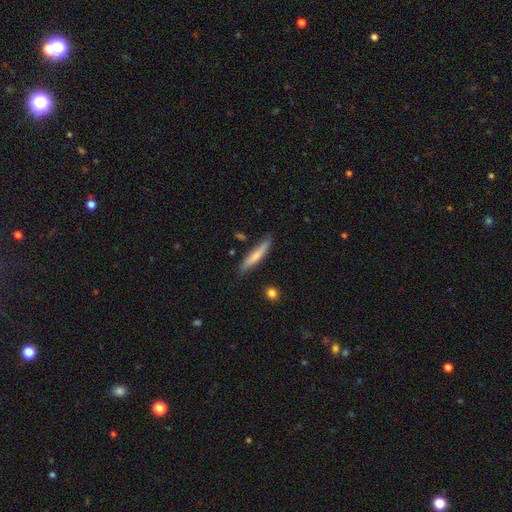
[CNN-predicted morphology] Smooth or featured?
  - smooth: 72% *
  - featured or disk: 23%
  - star or artifact: 6%
How rounded?
  - cigar-shaped: 90% *
  - in between: 9%
  - round: 1%
Merging?
  - none: 82% *
  - minor disturbance: 13%
  - major disturbance: 2%
  - merger: 2%